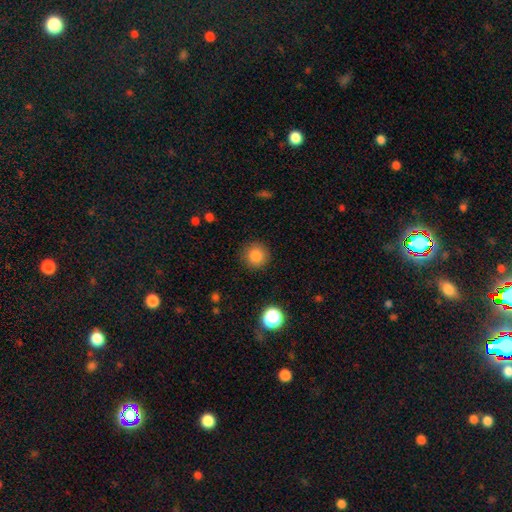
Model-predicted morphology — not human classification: Smooth or featured: smooth — 84% (star or artifact — 11%)
How rounded: round — 94% (in between — 5%)
Merging: none — 90% (minor disturbance — 7%)